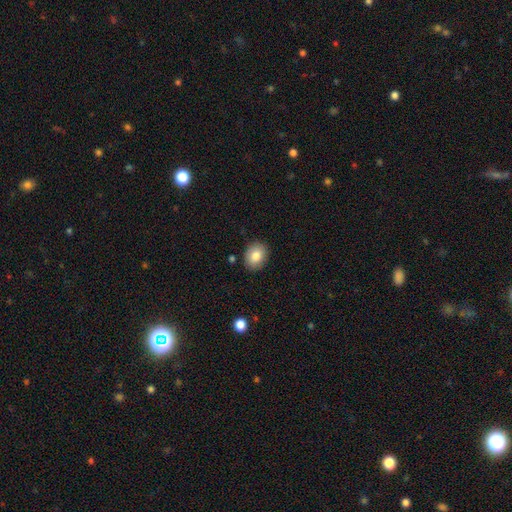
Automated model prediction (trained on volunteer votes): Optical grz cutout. It shows a smooth galaxy with no disk features (82%) that is in between round and cigar-shaped (52%). Merging: none (87%).